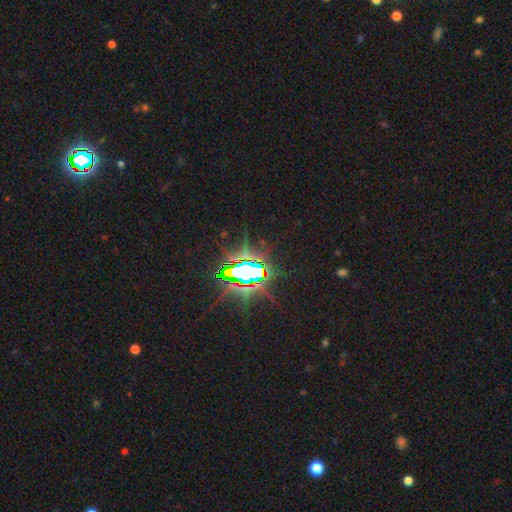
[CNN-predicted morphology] Q: Smooth or featured?
A: star or artifact (84%); runner-up: smooth (9%)